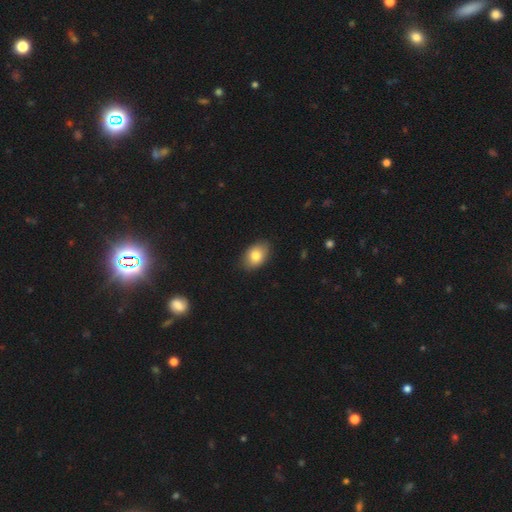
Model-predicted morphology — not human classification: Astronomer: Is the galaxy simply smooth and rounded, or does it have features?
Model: smooth — 83%.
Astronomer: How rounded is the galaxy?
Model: in between — 84%.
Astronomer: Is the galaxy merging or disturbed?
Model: none — 85%.